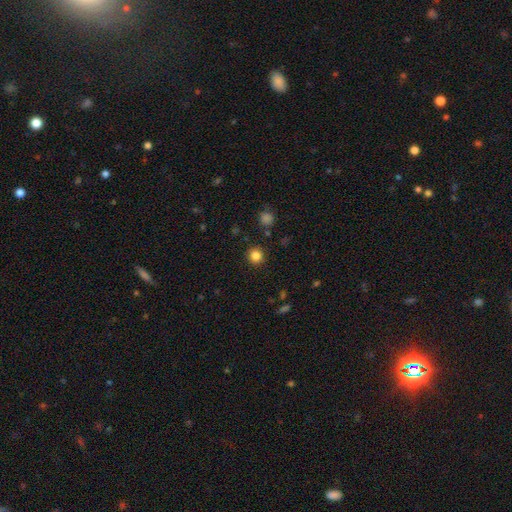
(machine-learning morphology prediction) This appears to be a smooth galaxy with no disk features (83%) that is round (94%). Merging: none (91%).